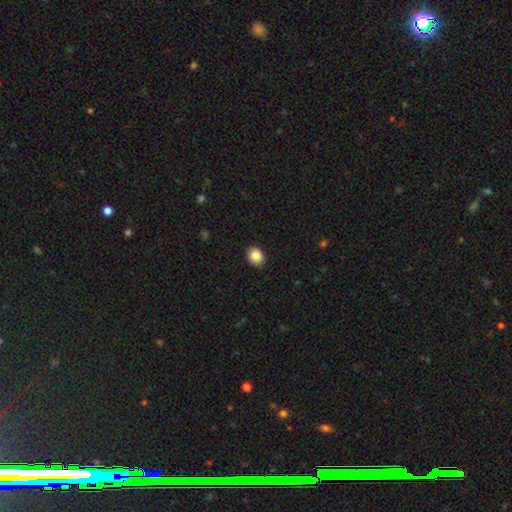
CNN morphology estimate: smooth-or-featured: smooth: 89% | star or artifact: 8% | featured or disk: 3%
  how-rounded: round: 53% | in between: 46% | cigar-shaped: 1%
  merging: none: 89% | minor disturbance: 8% | major disturbance: 2% | merger: 1%